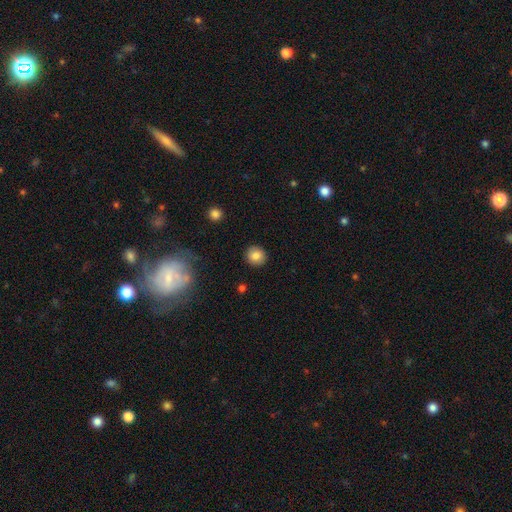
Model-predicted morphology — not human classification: Smooth or featured?
  - smooth: 83% *
  - star or artifact: 9%
  - featured or disk: 7%
How rounded?
  - round: 92% *
  - in between: 7%
  - cigar-shaped: 1%
Merging?
  - none: 91% *
  - minor disturbance: 6%
  - major disturbance: 2%
  - merger: 1%